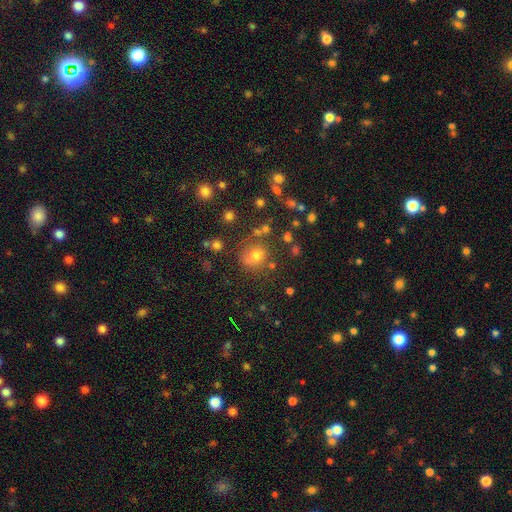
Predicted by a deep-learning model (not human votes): Smooth or featured? smooth (66%)
How rounded? round (72%)
Merging? none (66%)